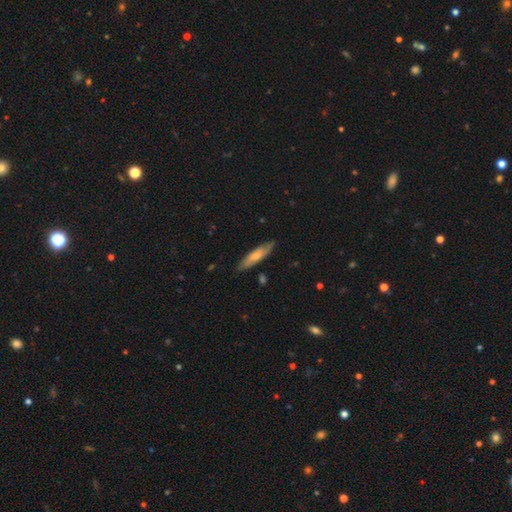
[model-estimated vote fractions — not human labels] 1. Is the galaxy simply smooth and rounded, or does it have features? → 55% smooth, 39% featured or disk, 6% star or artifact.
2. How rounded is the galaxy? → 70% cigar-shaped, 29% in between, 2% round.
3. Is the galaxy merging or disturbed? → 81% none, 15% minor disturbance, 3% major disturbance, 2% merger.